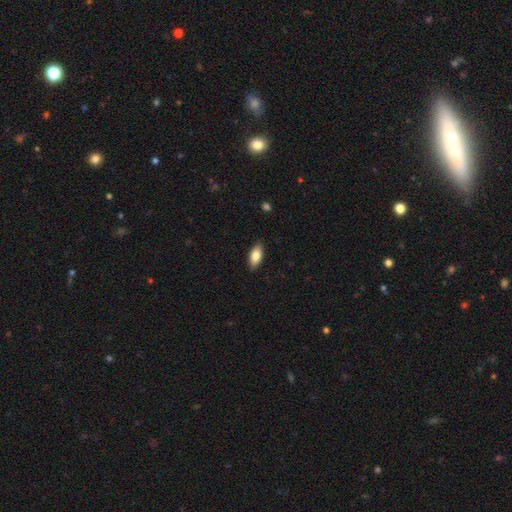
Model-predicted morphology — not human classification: Smooth or featured? Predicted: smooth (p=0.81). How rounded? Predicted: in between (p=0.87). Merging? Predicted: none (p=0.88).